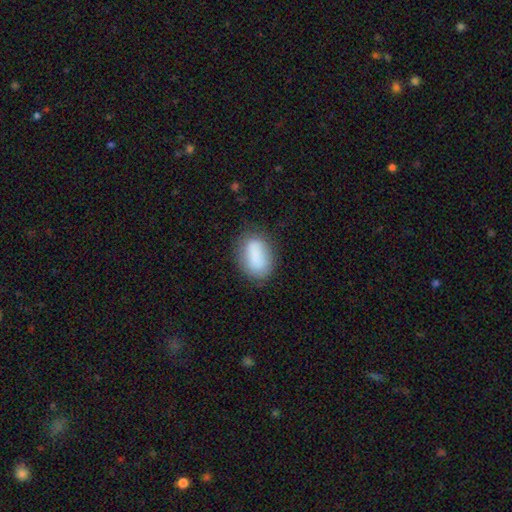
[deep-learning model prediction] This appears to be a smooth galaxy with no disk features (83%) that is in between round and cigar-shaped (86%). Merging: none (73%).